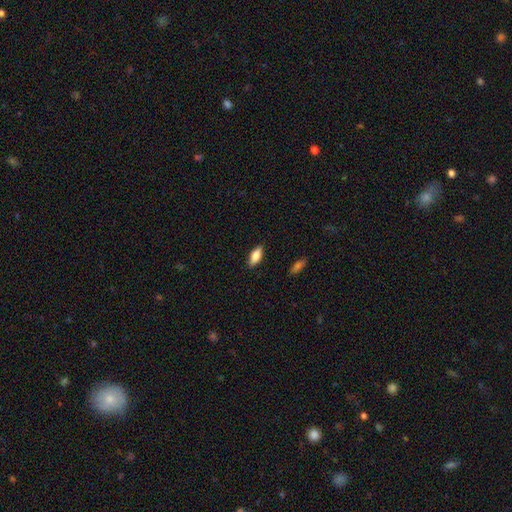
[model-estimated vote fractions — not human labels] Smooth or featured? smooth (78%)
How rounded? in between (81%)
Merging? none (88%)